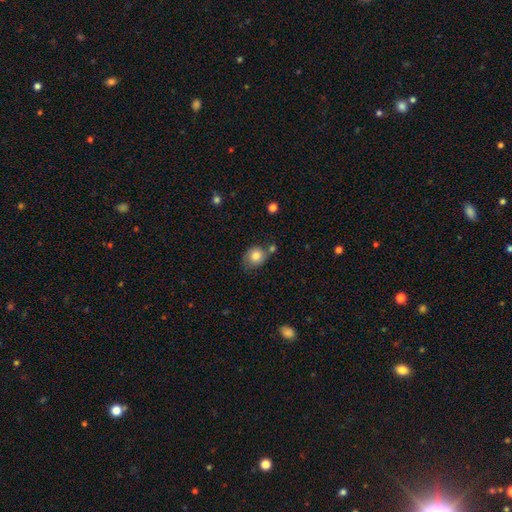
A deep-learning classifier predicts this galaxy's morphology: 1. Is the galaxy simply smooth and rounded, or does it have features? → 81% smooth, 10% featured or disk, 9% star or artifact.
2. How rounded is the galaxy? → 65% round, 34% in between, 1% cigar-shaped.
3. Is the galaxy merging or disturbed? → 56% none, 24% minor disturbance, 13% merger, 7% major disturbance.